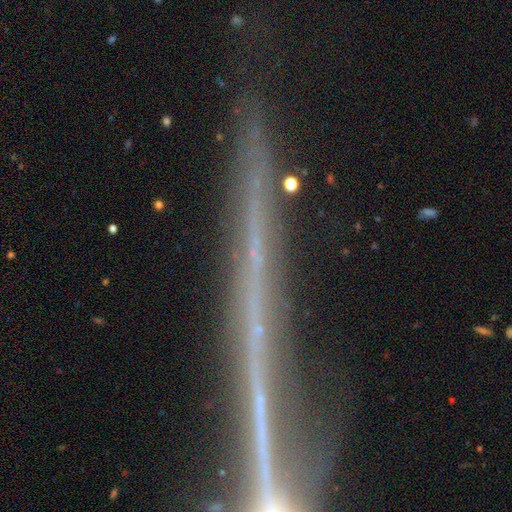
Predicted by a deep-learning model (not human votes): Smooth or featured? featured or disk (56%)
Edge-on disk? yes (85%)
Merging? none (79%)